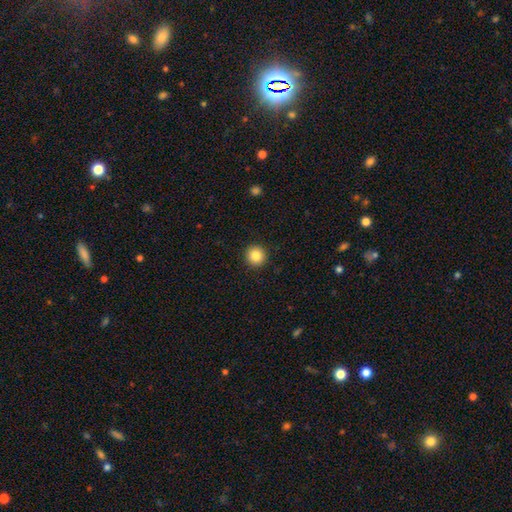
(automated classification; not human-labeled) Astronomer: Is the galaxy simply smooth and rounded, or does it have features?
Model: smooth — 85%.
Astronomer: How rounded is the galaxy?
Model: round — 95%.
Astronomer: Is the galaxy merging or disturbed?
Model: none — 93%.